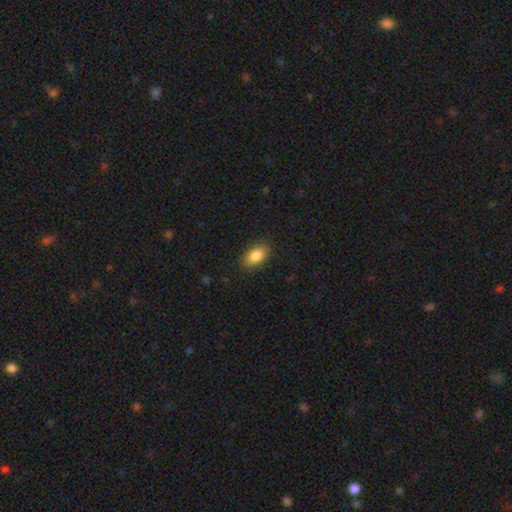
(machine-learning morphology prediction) A smooth galaxy with no disk features (87%) that is in between round and cigar-shaped (90%). Merging: none (86%).